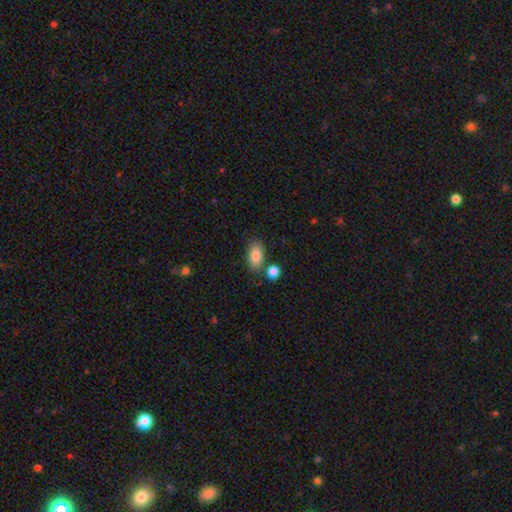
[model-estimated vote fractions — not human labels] Smooth or featured? smooth (85%)
How rounded? in between (90%)
Merging? none (71%)